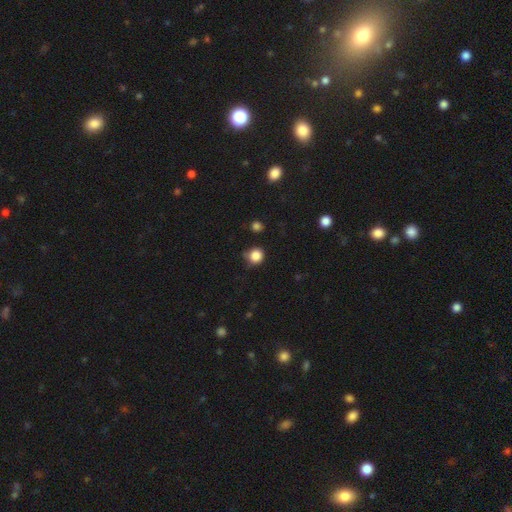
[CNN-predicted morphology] Smooth or featured: smooth — 85% (star or artifact — 11%)
How rounded: round — 89% (in between — 10%)
Merging: none — 73% (minor disturbance — 20%)